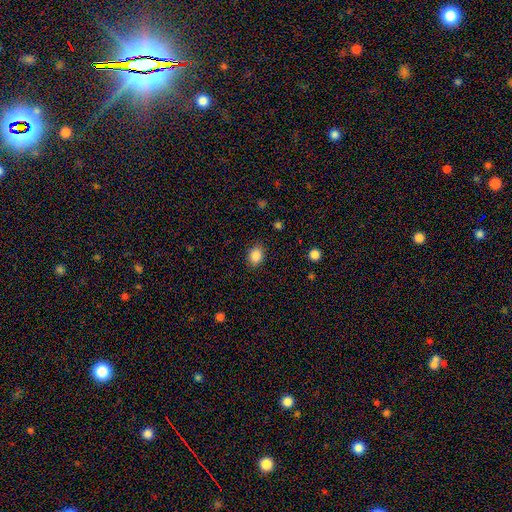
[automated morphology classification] The model was most divided on "how rounded": in between: 59%, round: 40%, cigar-shaped: 1%. More confident: smooth or featured — smooth (86%); merging — none (85%).